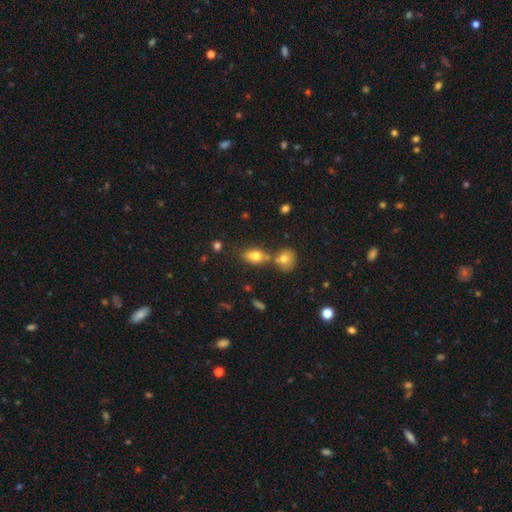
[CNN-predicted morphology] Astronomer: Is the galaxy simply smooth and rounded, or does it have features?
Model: smooth — 75%.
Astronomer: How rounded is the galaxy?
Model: in between — 82%.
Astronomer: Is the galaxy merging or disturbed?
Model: none — 52% (runner-up: merger, 31%).